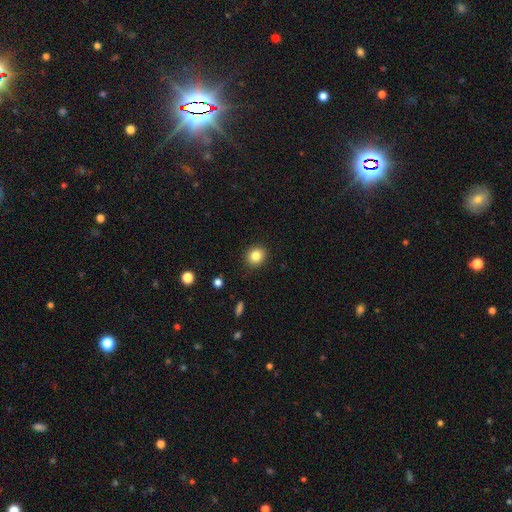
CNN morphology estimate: smooth-or-featured: smooth: 84% | star or artifact: 11% | featured or disk: 6%
  how-rounded: round: 83% | in between: 16% | cigar-shaped: 1%
  merging: none: 91% | minor disturbance: 6% | major disturbance: 2% | merger: 1%